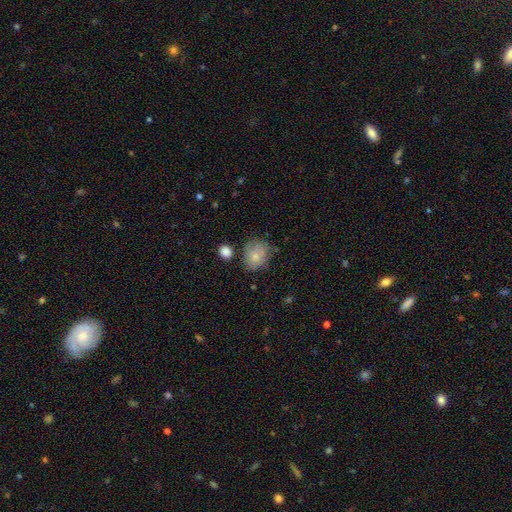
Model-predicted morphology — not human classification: smooth 71%, featured or disk 21%, star or artifact 8%. Down the decision tree: how rounded — round (61%); merging — none (57%).